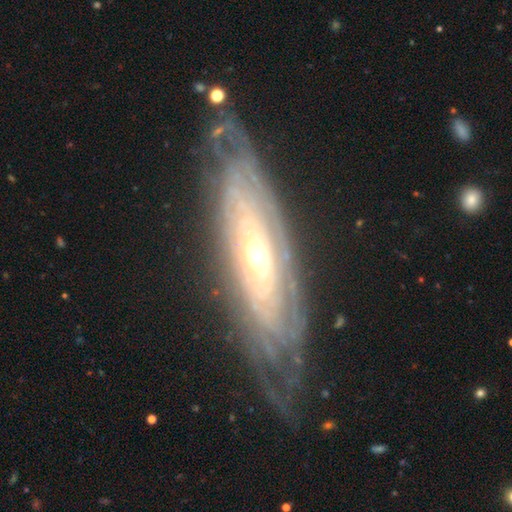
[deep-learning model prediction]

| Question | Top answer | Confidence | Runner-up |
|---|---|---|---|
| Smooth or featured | featured or disk | 84% | smooth (10%) |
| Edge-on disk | no | 76% | yes (24%) |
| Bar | no | 72% | weak (19%) |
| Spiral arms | yes | 84% | no (16%) |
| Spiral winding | tight | 80% | medium (15%) |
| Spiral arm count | can't tell | 64% | 2 (11%) |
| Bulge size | moderate | 50% | small (43%) |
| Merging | none | 74% | minor disturbance (17%) |